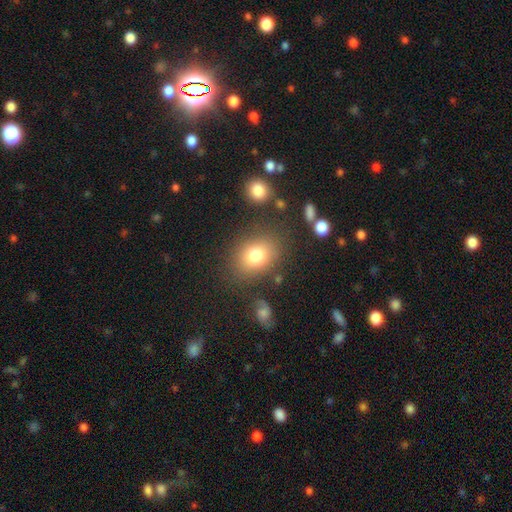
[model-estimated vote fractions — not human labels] smooth_or_featured: smooth (p=0.79) [alt: star or artifact p=0.11]
how_rounded: in between (p=0.54) [alt: round p=0.45]
merging: none (p=0.78) [alt: minor disturbance p=0.12]